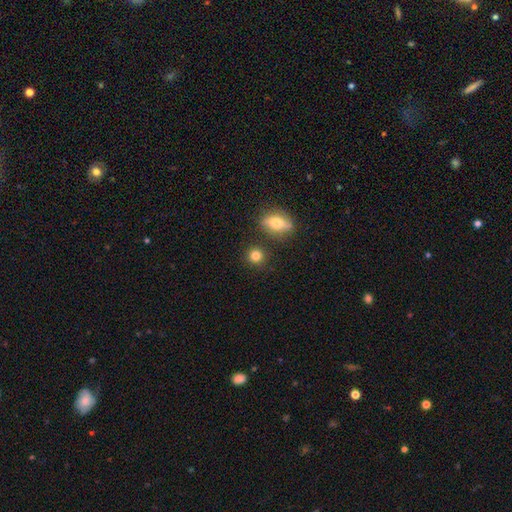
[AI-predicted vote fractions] smooth_or_featured: smooth (p=0.82) [alt: star or artifact p=0.11]
how_rounded: round (p=0.87) [alt: in between p=0.12]
merging: none (p=0.83) [alt: minor disturbance p=0.08]